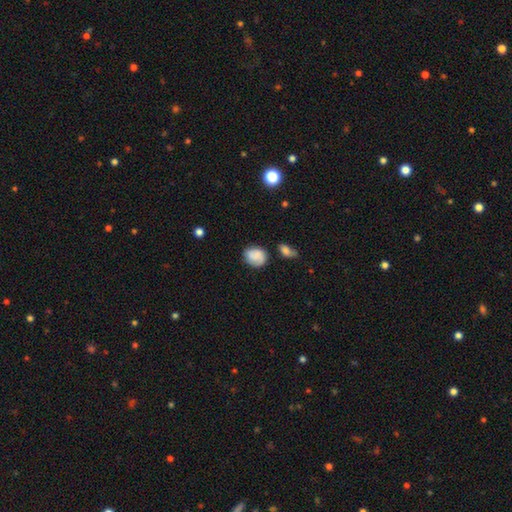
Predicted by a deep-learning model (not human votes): The model was most divided on "how rounded": round: 54%, in between: 45%, cigar-shaped: 1%. More confident: smooth or featured — smooth (70%); merging — none (66%).